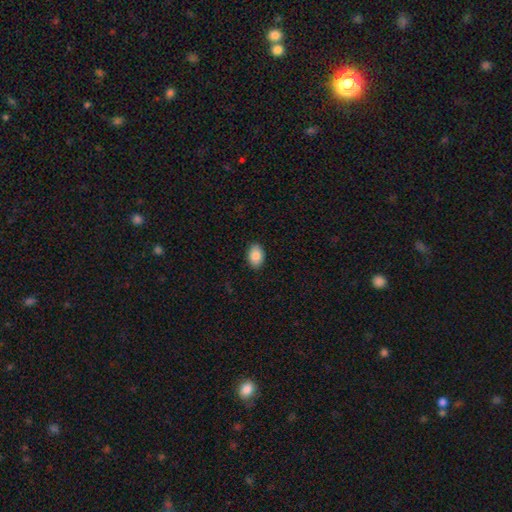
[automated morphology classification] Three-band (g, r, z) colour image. It shows a smooth galaxy with no disk features (88%) that is in between round and cigar-shaped (87%). Merging: none (89%).